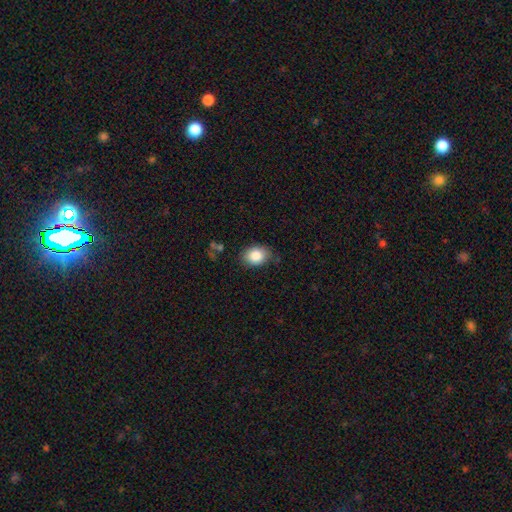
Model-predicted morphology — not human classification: A smooth galaxy with no disk features (86%) that is in between round and cigar-shaped (64%). Merging: none (79%).